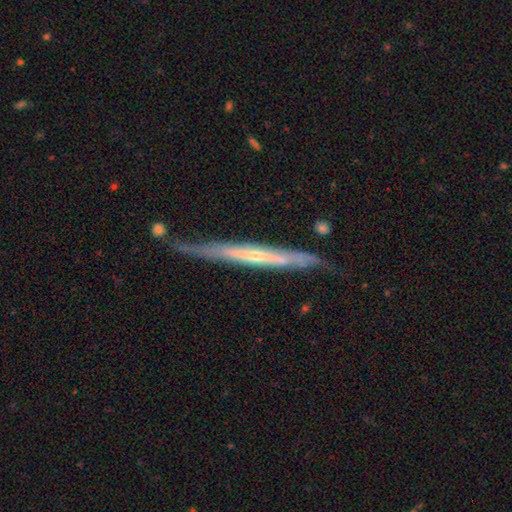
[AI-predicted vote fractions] Smooth or featured? featured or disk (75%)
Edge-on disk? yes (90%)
Edge-on bulge? none (59%)
Merging? none (67%)